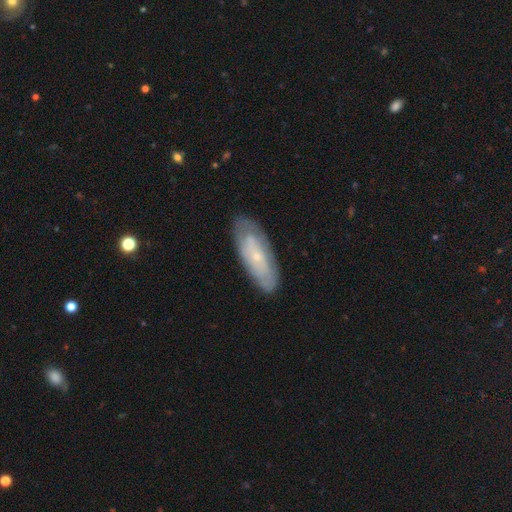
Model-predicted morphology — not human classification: featured or disk 54%, smooth 39%, star or artifact 7%. Down the decision tree: edge-on disk — no (81%); merging — none (79%).